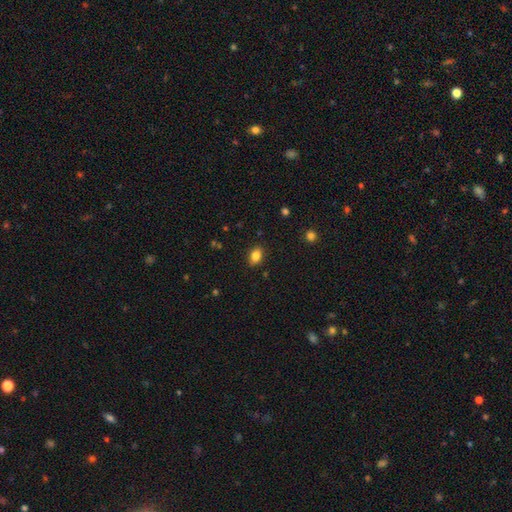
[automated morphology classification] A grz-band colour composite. It shows a smooth galaxy with no disk features (84%) that is in between round and cigar-shaped (76%). Merging: none (87%).